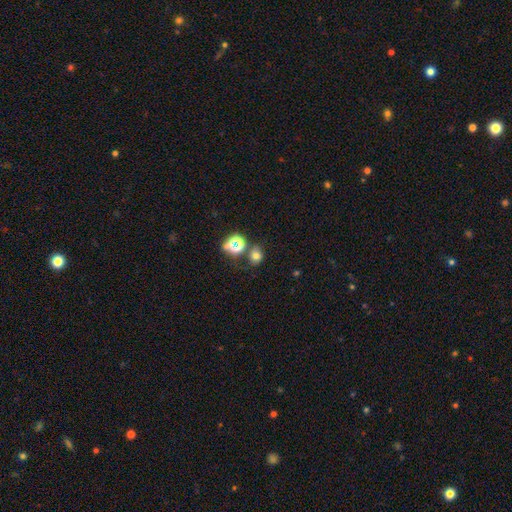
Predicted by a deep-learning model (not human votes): A smooth galaxy with no disk features (66%) that is round (69%).

Vote fractions:
- Smooth or featured? smooth: 66% / star or artifact: 24% / featured or disk: 10%
- How rounded? round: 69% / in between: 30% / cigar-shaped: 1%
- Merging? none: 66% / merger: 15% / minor disturbance: 13% / major disturbance: 6%